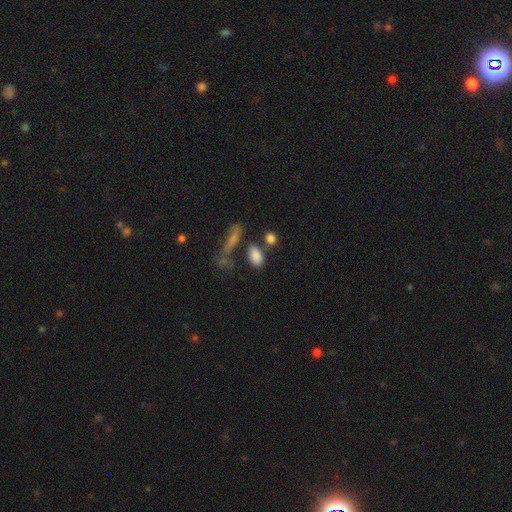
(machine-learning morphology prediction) A smooth galaxy with no disk features (84%) that is in between round and cigar-shaped (86%). Merging: none (58%).